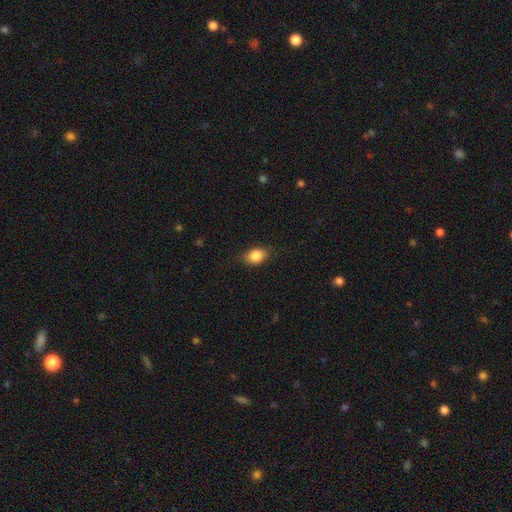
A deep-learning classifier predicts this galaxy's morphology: A smooth galaxy with no disk features (85%) that is in between round and cigar-shaped (74%). Merging: none (81%).